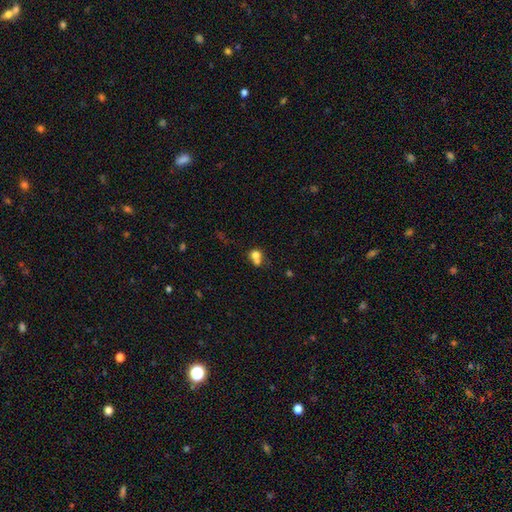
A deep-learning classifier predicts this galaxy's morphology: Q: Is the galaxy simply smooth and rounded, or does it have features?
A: smooth — 74%.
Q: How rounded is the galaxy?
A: round — 66%.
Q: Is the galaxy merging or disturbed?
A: merger — 52%.